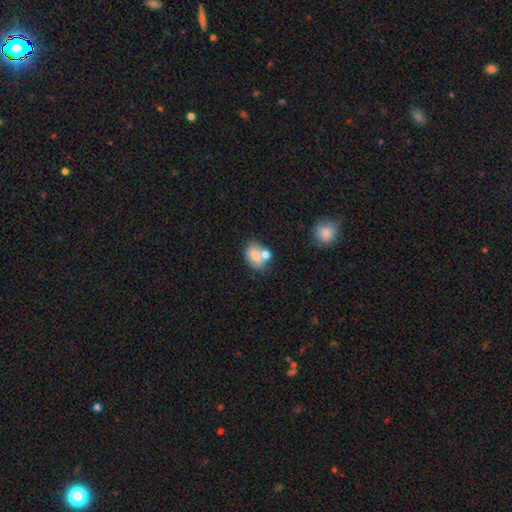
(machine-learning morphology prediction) Overall: smooth (71%). How rounded: in between (65%; round 33%). Merging: none (44%; merger 37%).